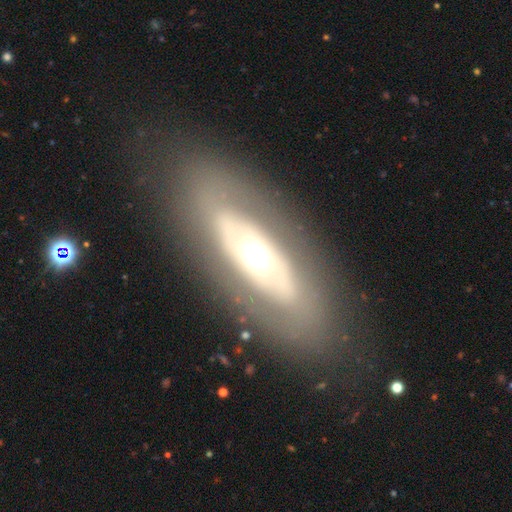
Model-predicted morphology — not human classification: A featured or disk galaxy (65%) with no bar (78%), no spiral arms (83%) and a moderate central bulge (56%). Merging: none (80%).